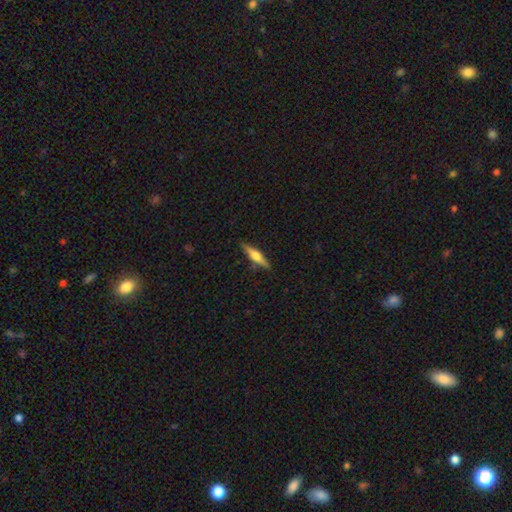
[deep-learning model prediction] Smooth or featured: featured or disk — 55% (smooth — 40%)
Edge-on disk: yes — 97% (no — 3%)
Edge-on bulge: rounded — 82% (boxy — 12%)
Merging: none — 88% (minor disturbance — 9%)